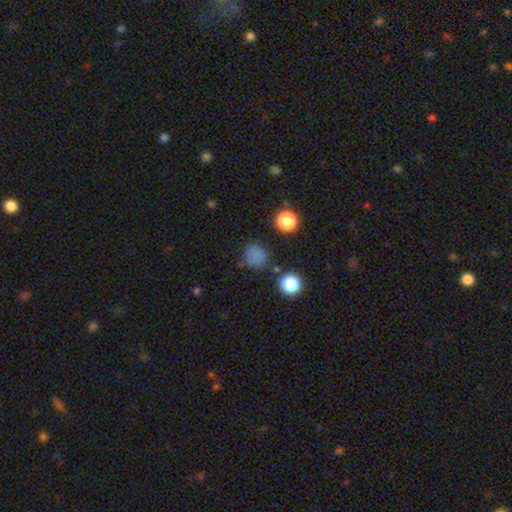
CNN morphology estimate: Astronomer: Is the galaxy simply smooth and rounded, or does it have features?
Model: smooth — 75%.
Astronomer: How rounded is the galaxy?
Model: round — 90%.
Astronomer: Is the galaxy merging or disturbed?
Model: none — 78%.